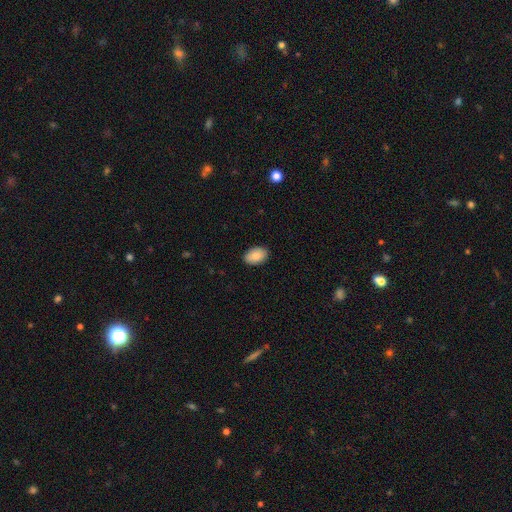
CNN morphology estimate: Smooth or featured? smooth (87%)
How rounded? in between (91%)
Merging? none (89%)